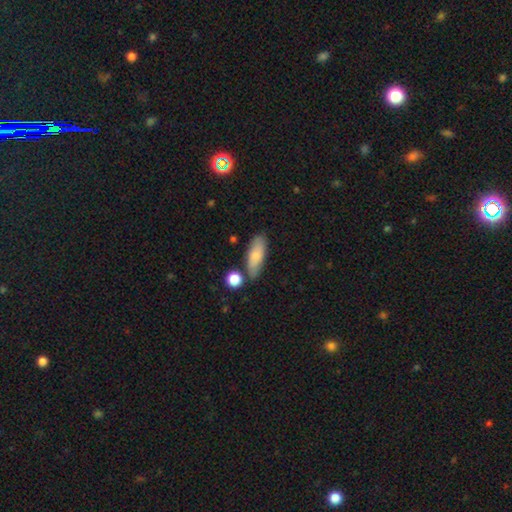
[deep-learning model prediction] smooth-or-featured: smooth: 79% | featured or disk: 15% | star or artifact: 6%
  how-rounded: in between: 68% | cigar-shaped: 29% | round: 3%
  merging: none: 72% | minor disturbance: 17% | merger: 7% | major disturbance: 4%